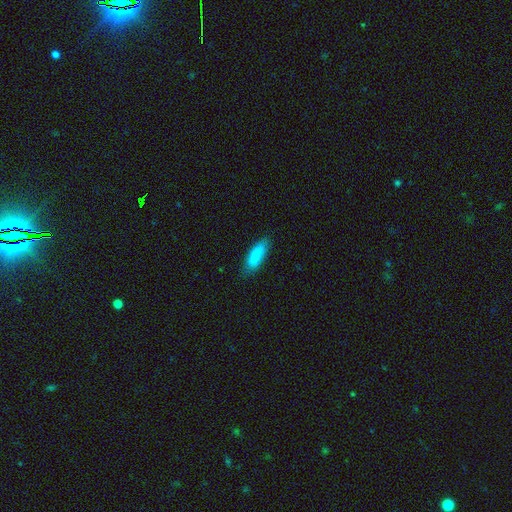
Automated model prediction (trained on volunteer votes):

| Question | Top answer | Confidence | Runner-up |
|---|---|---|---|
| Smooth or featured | smooth | 86% | featured or disk (8%) |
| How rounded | in between | 61% | cigar-shaped (38%) |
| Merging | none | 76% | minor disturbance (19%) |